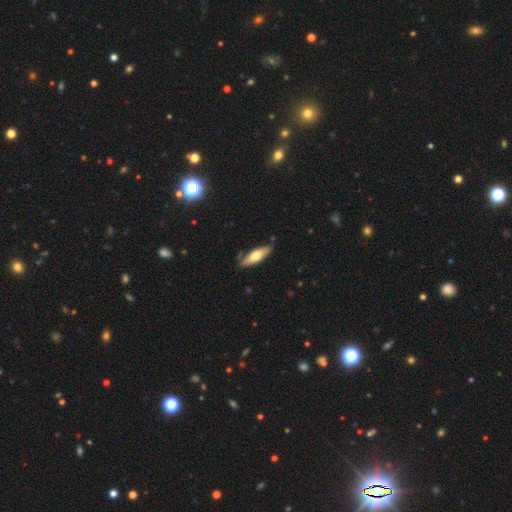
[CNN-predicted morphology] Smooth or featured: smooth — 63% (featured or disk — 32%)
How rounded: cigar-shaped — 52% (in between — 46%)
Merging: none — 79% (minor disturbance — 16%)